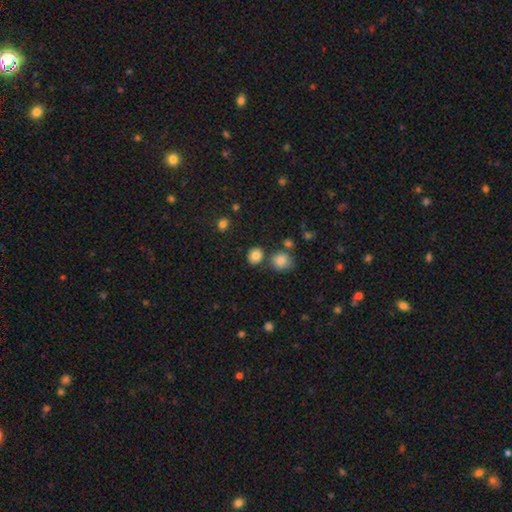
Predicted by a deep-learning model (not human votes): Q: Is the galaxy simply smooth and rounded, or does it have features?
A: smooth — 83%.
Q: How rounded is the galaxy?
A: round — 71%.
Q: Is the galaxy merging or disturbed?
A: none — 77%.